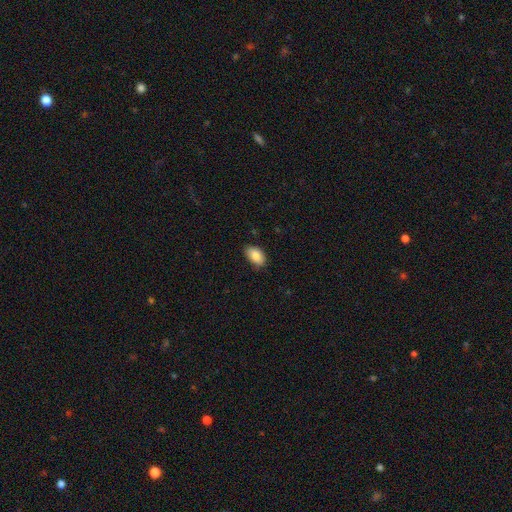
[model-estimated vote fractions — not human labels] smooth_or_featured: smooth (p=0.87) [alt: star or artifact p=0.07]
how_rounded: in between (p=0.93) [alt: round p=0.06]
merging: none (p=0.79) [alt: minor disturbance p=0.17]